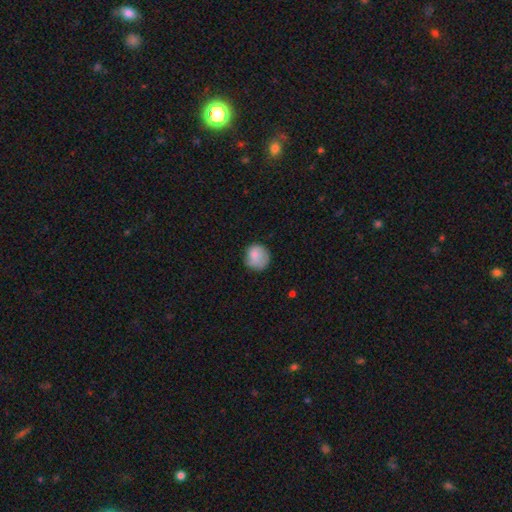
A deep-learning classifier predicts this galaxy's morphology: The model was most divided on "merging": none: 63%, minor disturbance: 27%, major disturbance: 9%, merger: 2%. More confident: how rounded — round (85%); smooth or featured — smooth (79%).